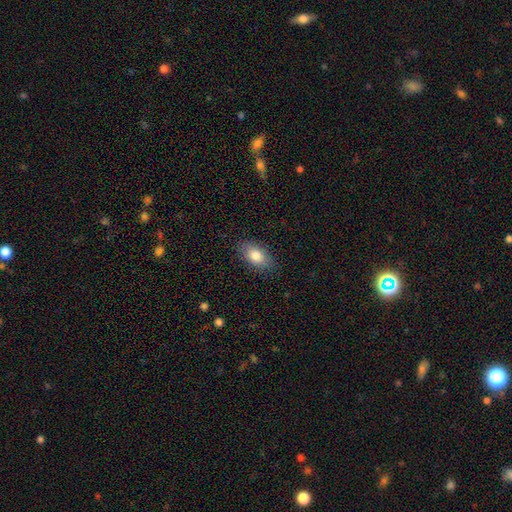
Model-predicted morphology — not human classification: This is clearly a smooth galaxy (81%). How rounded: clearly in between (89%). Merging: clearly none (85%).